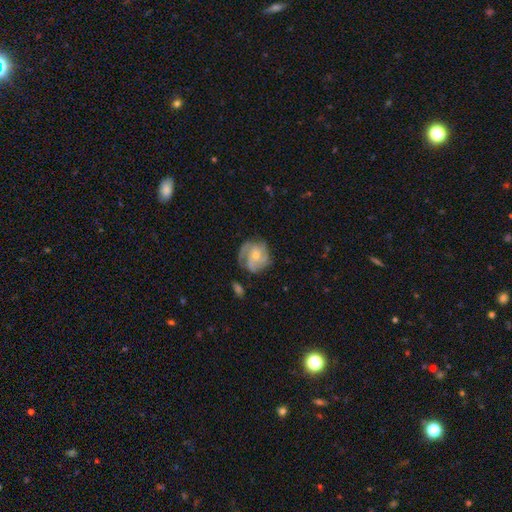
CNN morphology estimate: Q: Smooth or featured?
A: featured or disk (77%); runner-up: smooth (16%)
Q: Edge-on disk?
A: no (98%); runner-up: yes (2%)
Q: Bar?
A: no (75%); runner-up: weak (22%)
Q: Spiral arms?
A: yes (94%); runner-up: no (6%)
Q: Spiral winding?
A: tight (51%); runner-up: medium (38%)
Q: Spiral arm count?
A: 3 (39%); runner-up: can't tell (22%)
Q: Bulge size?
A: small (59%); runner-up: moderate (37%)
Q: Merging?
A: none (67%); runner-up: minor disturbance (21%)